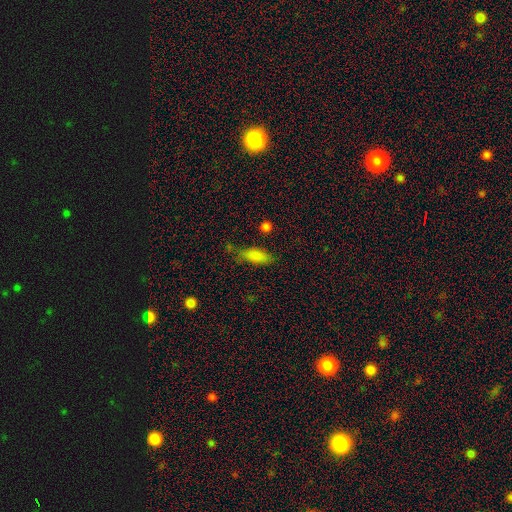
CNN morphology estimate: Smooth or featured? smooth (83%)
How rounded? in between (81%)
Merging? none (60%)